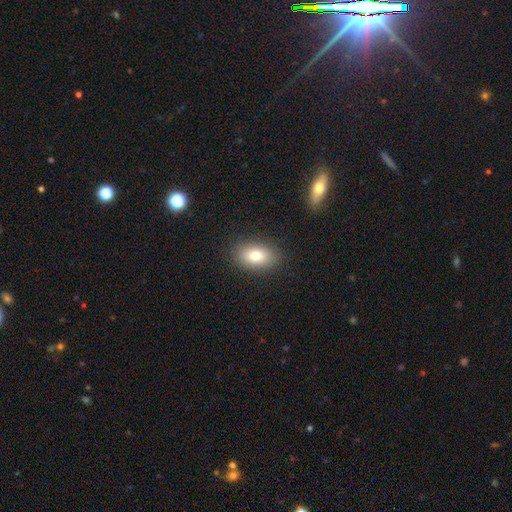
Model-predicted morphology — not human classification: A smooth galaxy with no disk features (79%) that is in between round and cigar-shaped (88%).

Vote fractions:
- Smooth or featured? smooth: 79% / featured or disk: 12% / star or artifact: 9%
- How rounded? in between: 88% / round: 10% / cigar-shaped: 2%
- Merging? none: 88% / minor disturbance: 9% / major disturbance: 3% / merger: 1%